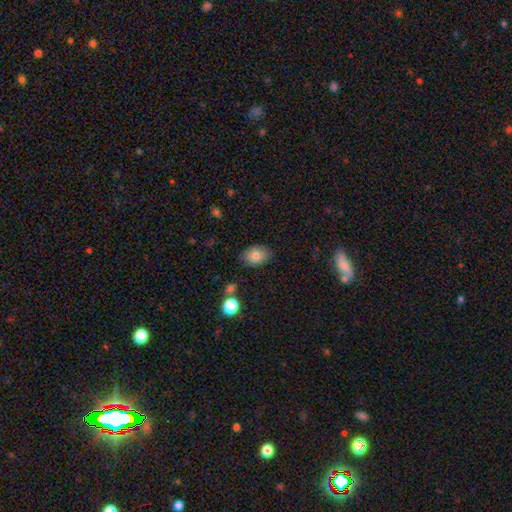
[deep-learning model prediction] smooth_or_featured: smooth (p=0.80) [alt: featured or disk p=0.11]
how_rounded: in between (p=0.78) [alt: round p=0.21]
merging: none (p=0.82) [alt: minor disturbance p=0.13]